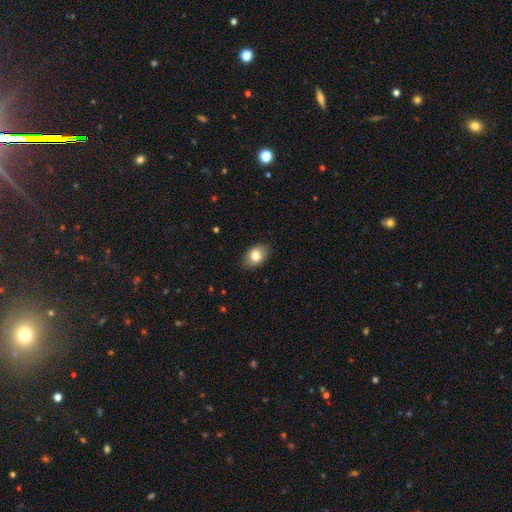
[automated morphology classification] This appears to be a smooth galaxy with no disk features (79%) that is in between round and cigar-shaped (79%). Merging: none (86%).